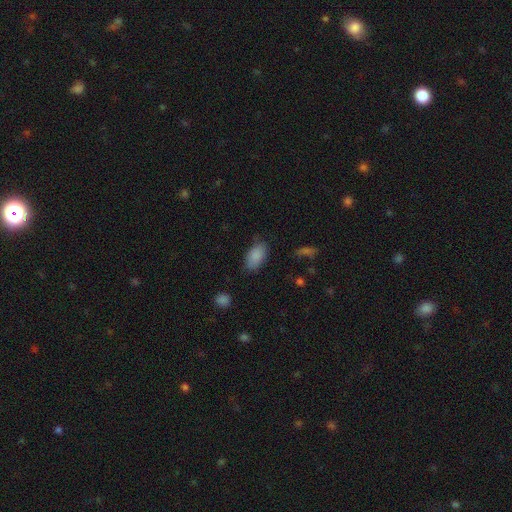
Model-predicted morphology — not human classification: This is clearly a smooth galaxy (88%). How rounded: clearly in between (93%). Merging: likely none (79%).